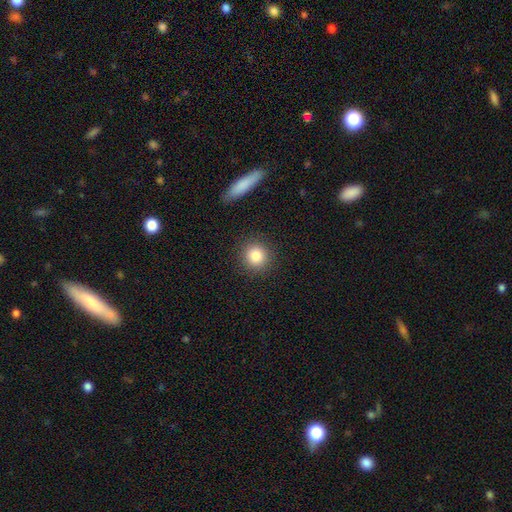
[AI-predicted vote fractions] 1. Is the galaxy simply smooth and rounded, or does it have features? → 84% smooth, 10% star or artifact, 6% featured or disk.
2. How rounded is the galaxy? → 90% round, 9% in between, 1% cigar-shaped.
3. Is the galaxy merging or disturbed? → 90% none, 7% minor disturbance, 3% major disturbance, 1% merger.